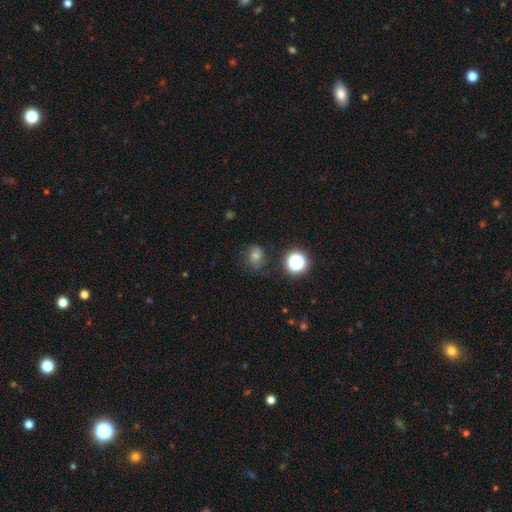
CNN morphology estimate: Smooth or featured: smooth — 66% (star or artifact — 24%)
How rounded: round — 59% (in between — 39%)
Merging: none — 69% (minor disturbance — 21%)